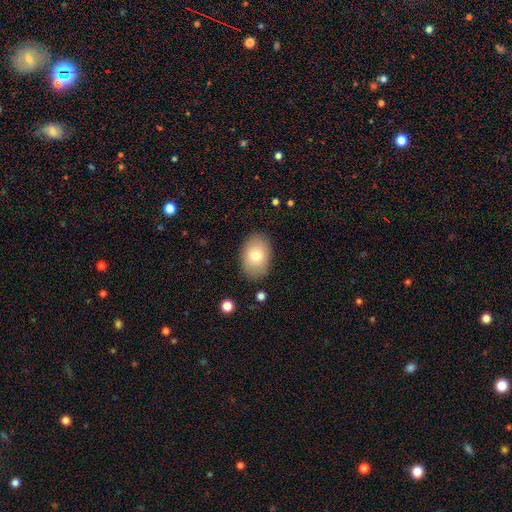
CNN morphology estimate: A smooth galaxy with no disk features (77%) that is in between round and cigar-shaped (83%).

Vote fractions:
- Smooth or featured? smooth: 77% / featured or disk: 16% / star or artifact: 7%
- How rounded? in between: 83% / round: 16% / cigar-shaped: 1%
- Merging? none: 85% / minor disturbance: 11% / major disturbance: 3% / merger: 1%